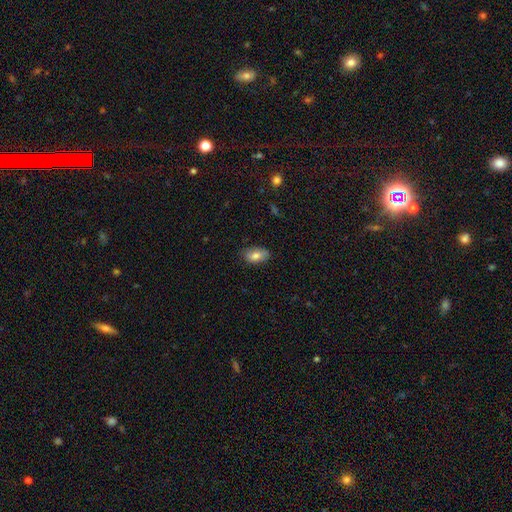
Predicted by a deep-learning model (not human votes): smooth 79%, featured or disk 14%, star or artifact 8%. Down the decision tree: how rounded — in between (91%); merging — none (78%).